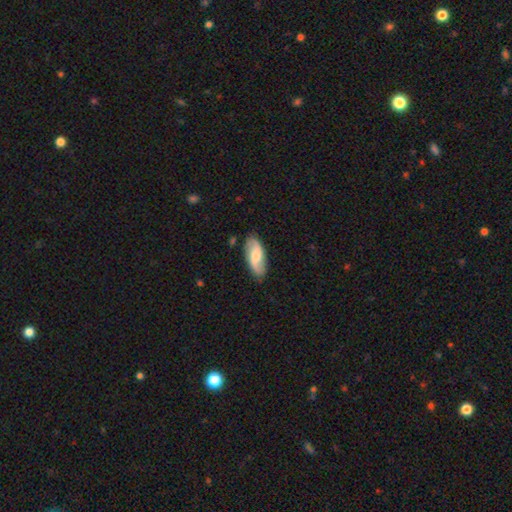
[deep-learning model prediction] A featured or disk galaxy (58%) with a weak bar (46%), spiral arms (90%) and a moderate central bulge (54%). Merging: none (84%).